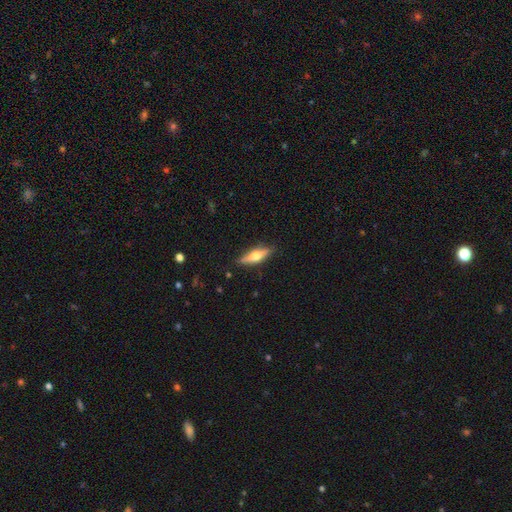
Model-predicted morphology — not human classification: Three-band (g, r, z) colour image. It shows a featured or disk galaxy (53%) viewed edge-on (93%). Merging: none (86%).